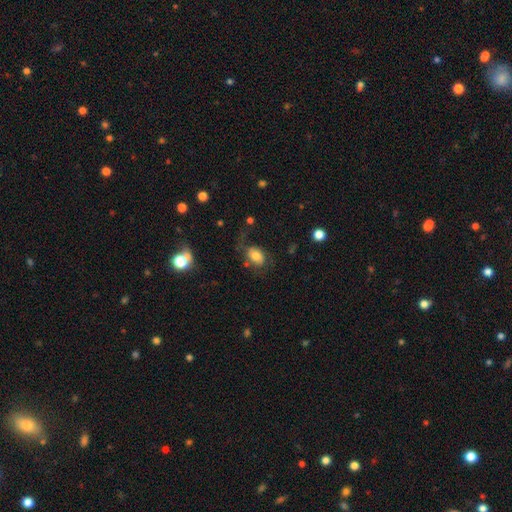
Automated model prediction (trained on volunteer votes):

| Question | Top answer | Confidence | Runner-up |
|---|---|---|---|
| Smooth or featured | smooth | 64% | featured or disk (26%) |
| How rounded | in between | 74% | round (25%) |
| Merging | none | 53% | minor disturbance (22%) |